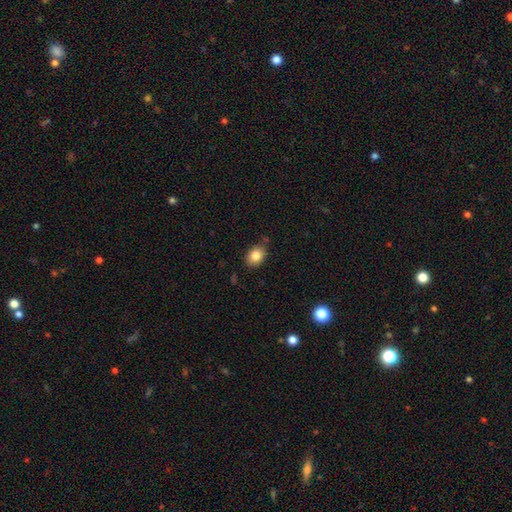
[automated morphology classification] smooth_or_featured: smooth (p=0.83) [alt: star or artifact p=0.09]
how_rounded: in between (p=0.68) [alt: round p=0.31]
merging: none (p=0.80) [alt: minor disturbance p=0.15]